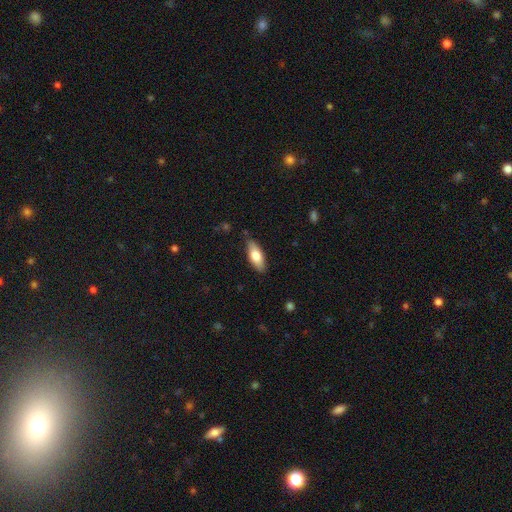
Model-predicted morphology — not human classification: The model was most divided on "how rounded": in between: 74%, cigar-shaped: 24%, round: 2%. More confident: merging — none (83%); smooth or featured — smooth (73%).